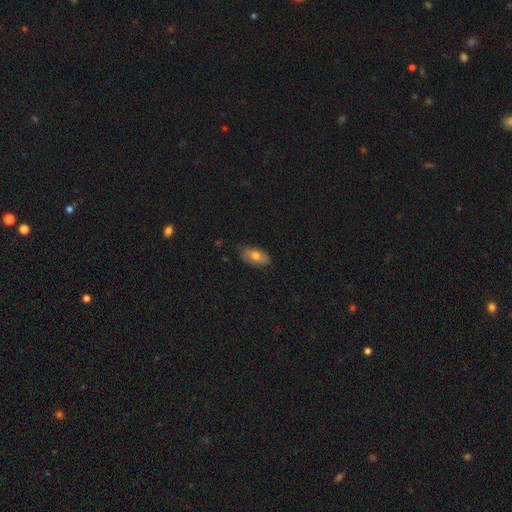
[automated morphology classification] Smooth or featured? smooth (71%)
How rounded? in between (90%)
Merging? none (82%)